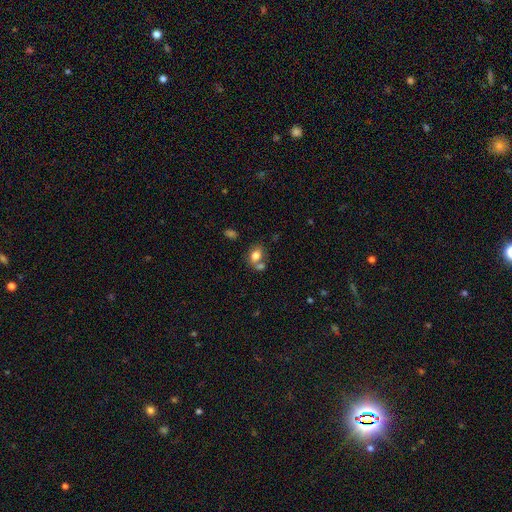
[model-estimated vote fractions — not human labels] Overall: smooth (78%). How rounded: in between (74%). Merging: none (46%; merger 36%).